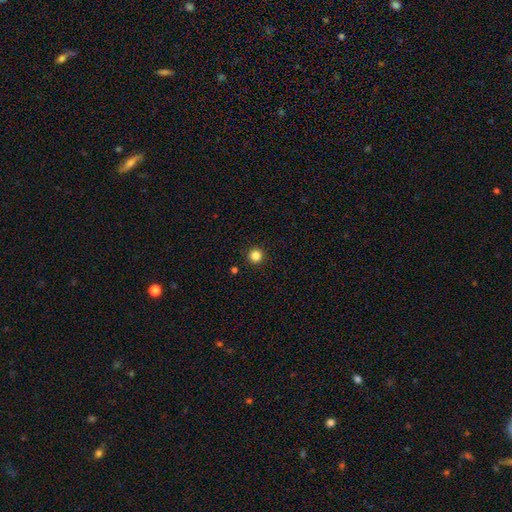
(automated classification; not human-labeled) smooth 83%, star or artifact 12%, featured or disk 4%. Down the decision tree: how rounded — round (96%); merging — none (93%).